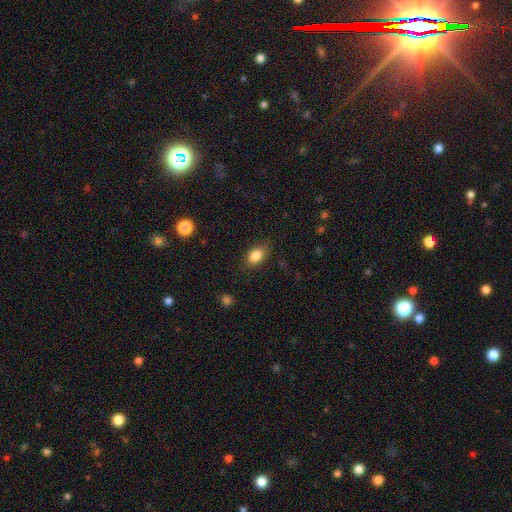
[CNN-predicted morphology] A smooth galaxy with no disk features (84%) that is in between round and cigar-shaped (78%).

Vote fractions:
- Smooth or featured? smooth: 84% / star or artifact: 9% / featured or disk: 7%
- How rounded? in between: 78% / round: 20% / cigar-shaped: 2%
- Merging? none: 79% / minor disturbance: 16% / major disturbance: 4% / merger: 1%